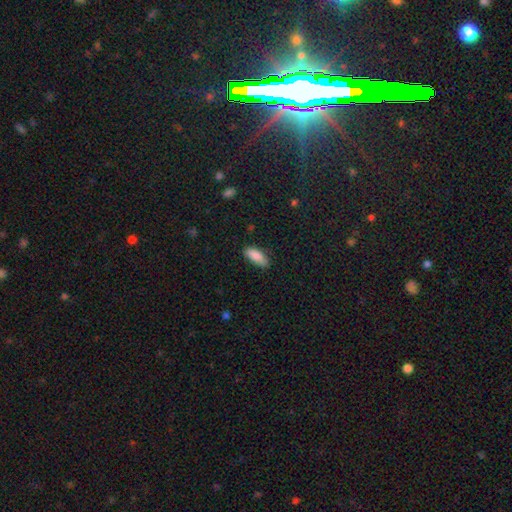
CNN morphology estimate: type=smooth (87%); roundness=in between (77%); merging=none (81%).